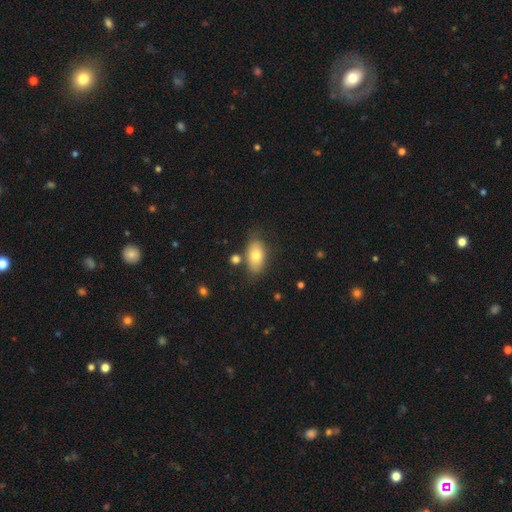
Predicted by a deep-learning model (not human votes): Smooth or featured?
  - smooth: 75% *
  - featured or disk: 18%
  - star or artifact: 7%
How rounded?
  - in between: 90% *
  - round: 6%
  - cigar-shaped: 4%
Merging?
  - none: 72% *
  - minor disturbance: 17%
  - merger: 7%
  - major disturbance: 5%